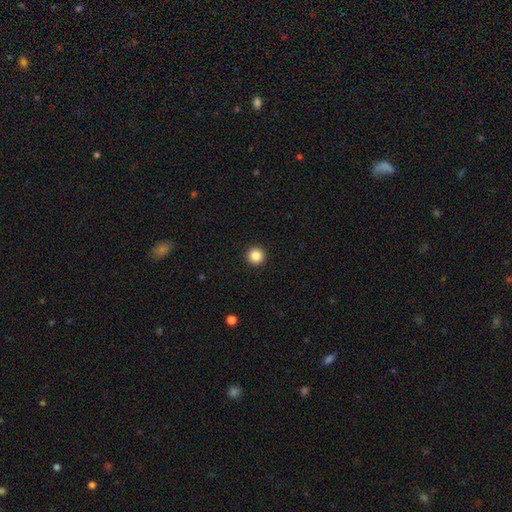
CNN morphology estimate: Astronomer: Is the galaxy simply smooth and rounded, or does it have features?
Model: smooth — 86%.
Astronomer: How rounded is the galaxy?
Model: round — 97%.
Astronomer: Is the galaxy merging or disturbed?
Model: none — 94%.